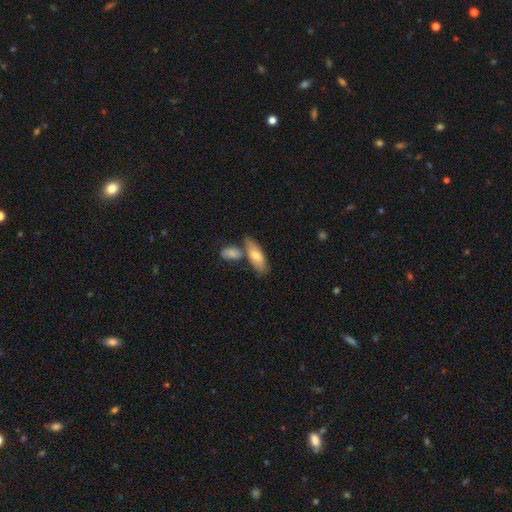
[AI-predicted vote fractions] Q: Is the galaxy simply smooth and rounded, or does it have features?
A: smooth — 71%.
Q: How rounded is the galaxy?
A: in between — 72%.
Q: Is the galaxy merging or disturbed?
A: none — 52%.